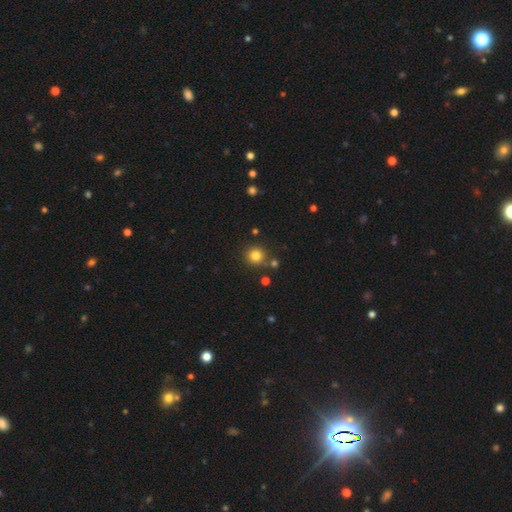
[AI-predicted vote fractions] Smooth or featured: smooth — 81% (star or artifact — 13%)
How rounded: round — 93% (in between — 6%)
Merging: none — 81% (merger — 8%)